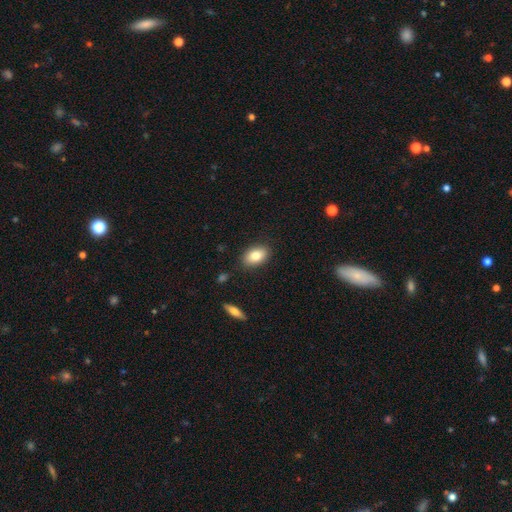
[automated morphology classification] This is clearly a smooth galaxy (81%). How rounded: clearly in between (88%). Merging: clearly none (85%).